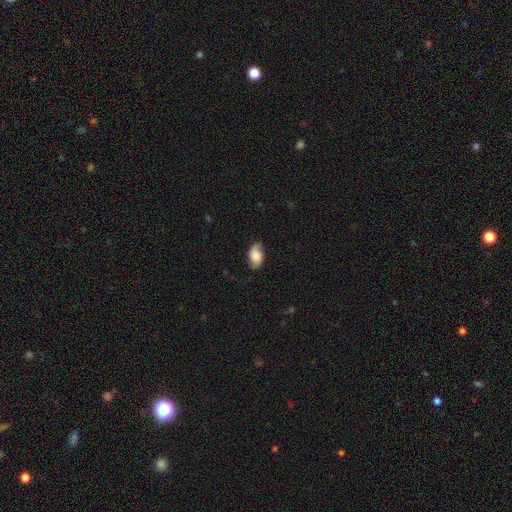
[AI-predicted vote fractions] Morphology: type=smooth (53%); roundness=in between (91%); merging=none (73%).